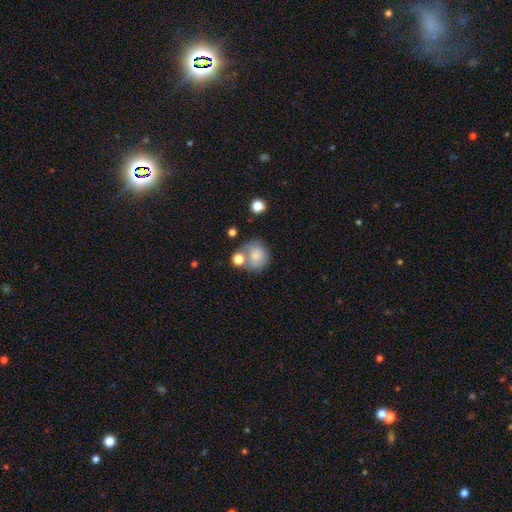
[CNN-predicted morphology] A smooth galaxy with no disk features (77%) that is round (82%).

Vote fractions:
- Smooth or featured? smooth: 77% / featured or disk: 14% / star or artifact: 10%
- How rounded? round: 82% / in between: 17% / cigar-shaped: 1%
- Merging? none: 52% / merger: 23% / minor disturbance: 17% / major disturbance: 8%